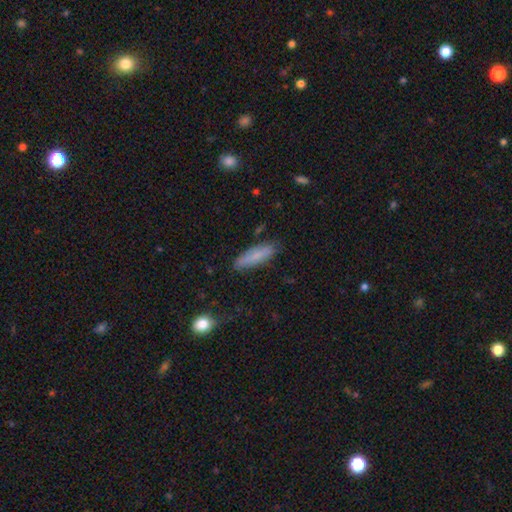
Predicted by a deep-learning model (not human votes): Q: Smooth or featured?
A: smooth (76%); runner-up: featured or disk (17%)
Q: How rounded?
A: cigar-shaped (56%); runner-up: in between (42%)
Q: Merging?
A: none (78%); runner-up: minor disturbance (17%)